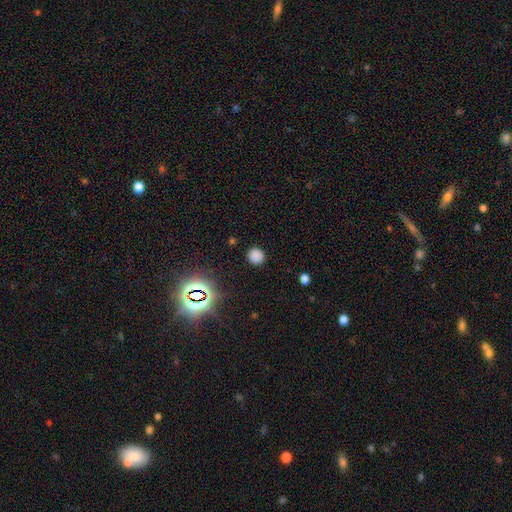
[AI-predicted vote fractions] Smooth or featured?
  - smooth: 76% *
  - star or artifact: 19%
  - featured or disk: 5%
How rounded?
  - round: 89% *
  - in between: 10%
  - cigar-shaped: 1%
Merging?
  - none: 88% *
  - minor disturbance: 8%
  - major disturbance: 3%
  - merger: 1%